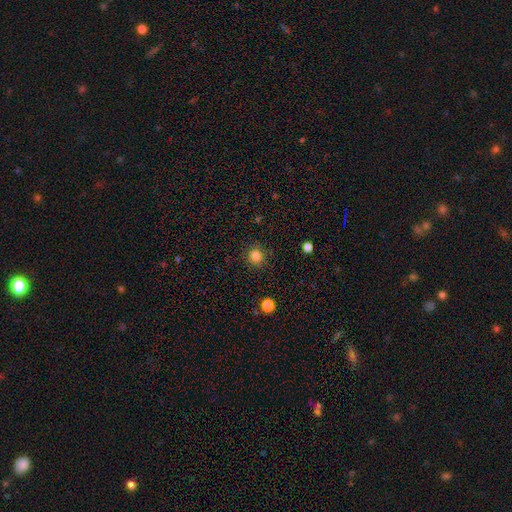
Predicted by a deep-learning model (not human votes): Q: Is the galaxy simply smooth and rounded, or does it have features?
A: smooth — 84%.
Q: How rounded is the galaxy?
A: round — 87%.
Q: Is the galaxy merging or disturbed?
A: none — 88%.